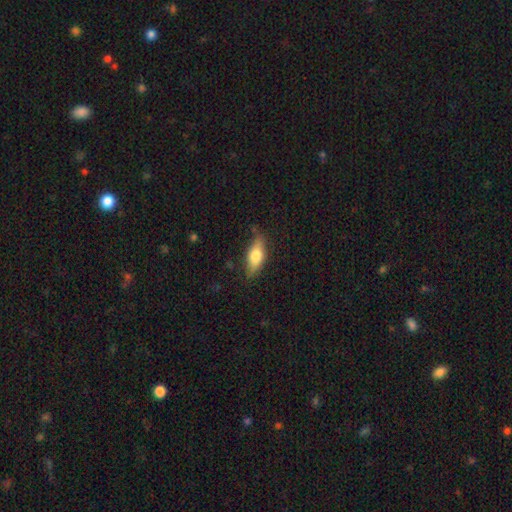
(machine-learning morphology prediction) Smooth or featured?
  - smooth: 68% *
  - featured or disk: 25%
  - star or artifact: 7%
How rounded?
  - in between: 73% *
  - cigar-shaped: 23%
  - round: 3%
Merging?
  - none: 78% *
  - minor disturbance: 17%
  - major disturbance: 3%
  - merger: 2%